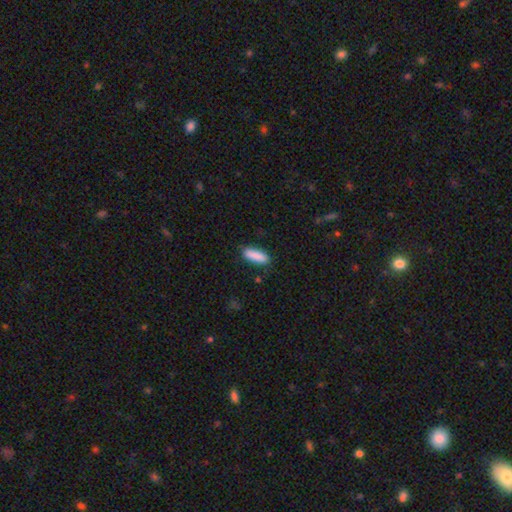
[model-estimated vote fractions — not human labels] smooth-or-featured: smooth: 90% | star or artifact: 6% | featured or disk: 4%
  how-rounded: in between: 56% | cigar-shaped: 43% | round: 2%
  merging: none: 85% | minor disturbance: 11% | major disturbance: 2% | merger: 1%